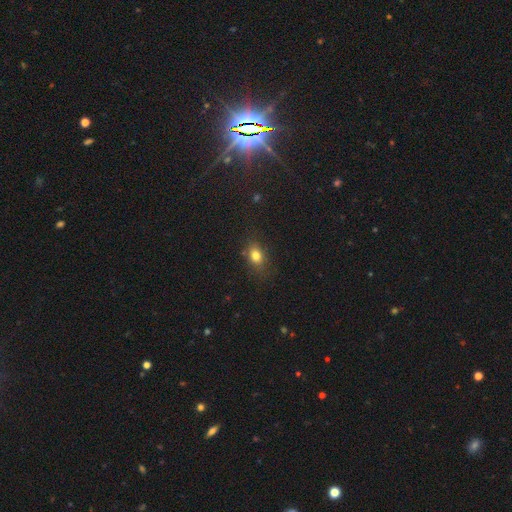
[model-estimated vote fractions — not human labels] Overall: smooth (79%). How rounded: in between (66%; round 32%). Merging: none (77%).